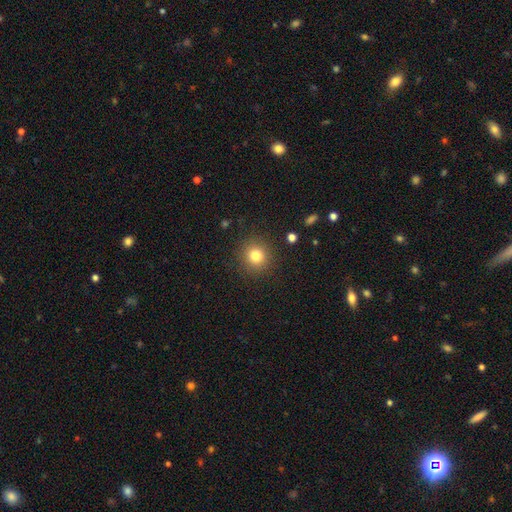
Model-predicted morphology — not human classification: smooth_or_featured: smooth (p=0.81) [alt: star or artifact p=0.12]
how_rounded: round (p=0.91) [alt: in between p=0.08]
merging: none (p=0.89) [alt: minor disturbance p=0.07]